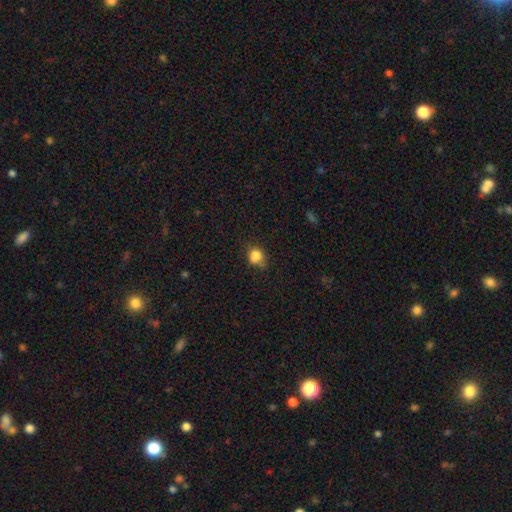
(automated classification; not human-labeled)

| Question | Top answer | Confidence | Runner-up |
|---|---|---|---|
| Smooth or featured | smooth | 84% | star or artifact (11%) |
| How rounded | round | 73% | in between (26%) |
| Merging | none | 59% | minor disturbance (30%) |